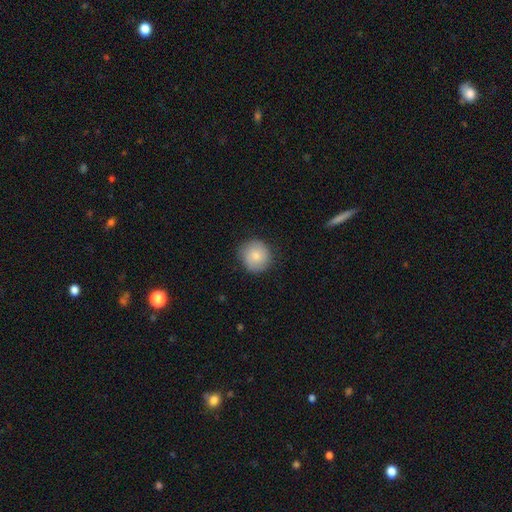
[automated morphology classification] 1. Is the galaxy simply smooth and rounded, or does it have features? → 81% smooth, 12% featured or disk, 7% star or artifact.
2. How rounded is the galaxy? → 93% round, 6% in between, 1% cigar-shaped.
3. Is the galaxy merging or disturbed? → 85% none, 11% minor disturbance, 3% major disturbance, 1% merger.